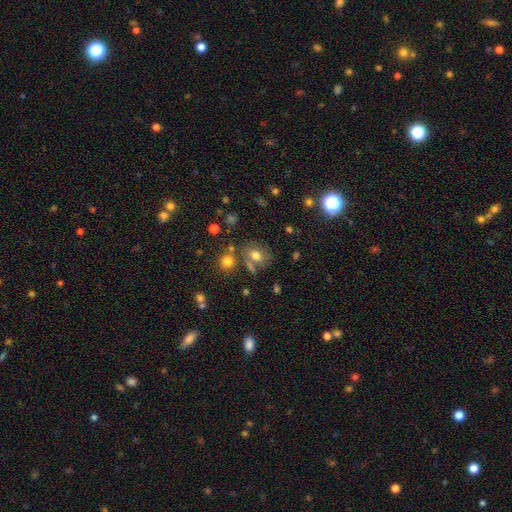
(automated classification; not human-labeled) smooth_or_featured: smooth (p=0.71) [alt: featured or disk p=0.15]
how_rounded: round (p=0.51) [alt: in between p=0.48]
merging: none (p=0.62) [alt: merger p=0.16]